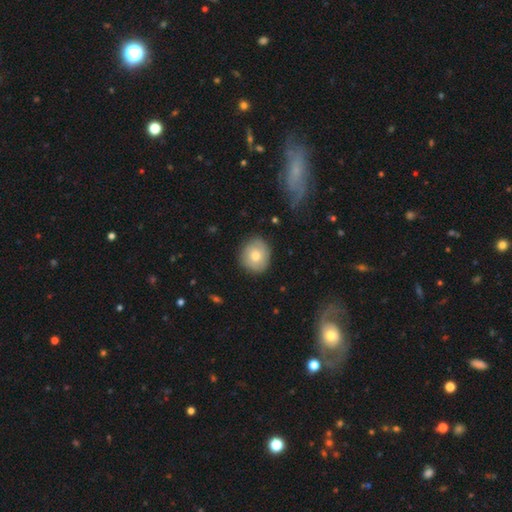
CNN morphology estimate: smooth-or-featured: smooth: 72% | featured or disk: 20% | star or artifact: 7%
  how-rounded: round: 81% | in between: 18% | cigar-shaped: 1%
  merging: none: 83% | minor disturbance: 13% | major disturbance: 3% | merger: 1%